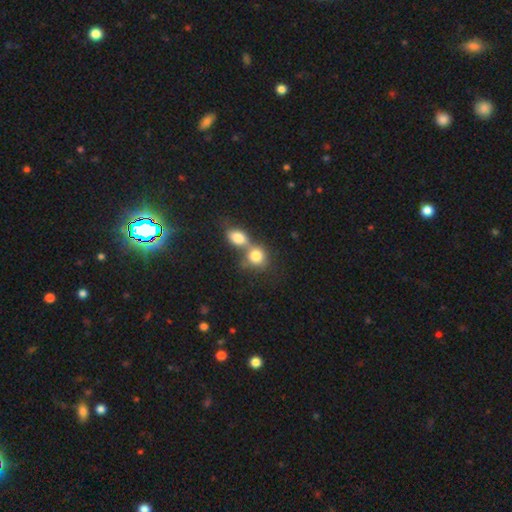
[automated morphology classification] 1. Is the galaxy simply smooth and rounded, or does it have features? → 80% smooth, 11% featured or disk, 9% star or artifact.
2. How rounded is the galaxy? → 64% round, 34% in between, 2% cigar-shaped.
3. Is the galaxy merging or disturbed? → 64% merger, 25% none, 7% minor disturbance, 4% major disturbance.